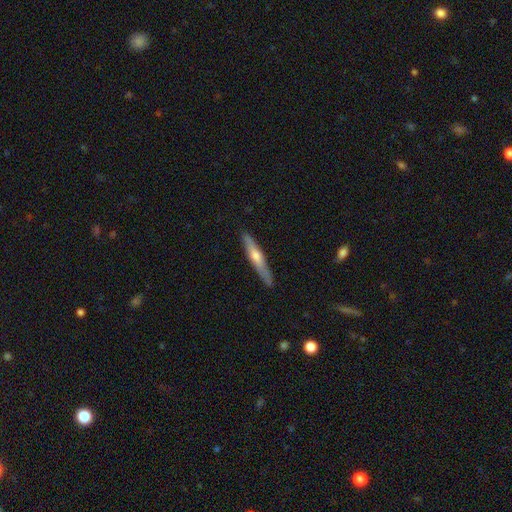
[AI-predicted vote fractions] A featured or disk galaxy (56%) viewed edge-on (94%) with a rounded central bulge (83%).

Vote fractions:
- Smooth or featured? featured or disk: 56% / smooth: 38% / star or artifact: 6%
- Edge-on disk? yes: 94% / no: 6%
- Edge-on bulge? rounded: 83% / none: 13% / boxy: 4%
- Merging? none: 87% / minor disturbance: 10% / major disturbance: 2% / merger: 1%